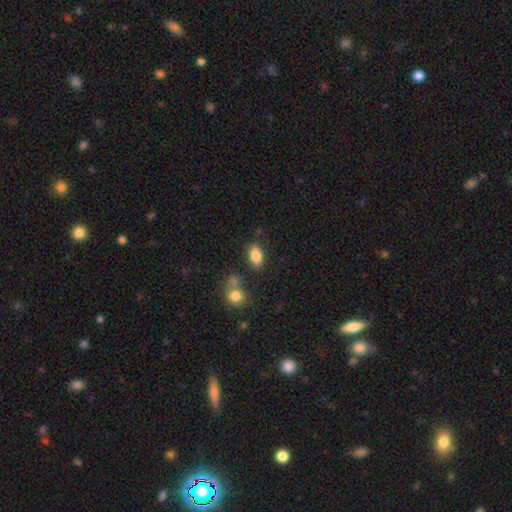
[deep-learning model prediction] smooth-or-featured: smooth: 84% | star or artifact: 9% | featured or disk: 7%
  how-rounded: in between: 90% | round: 8% | cigar-shaped: 3%
  merging: none: 76% | minor disturbance: 12% | merger: 8% | major disturbance: 4%